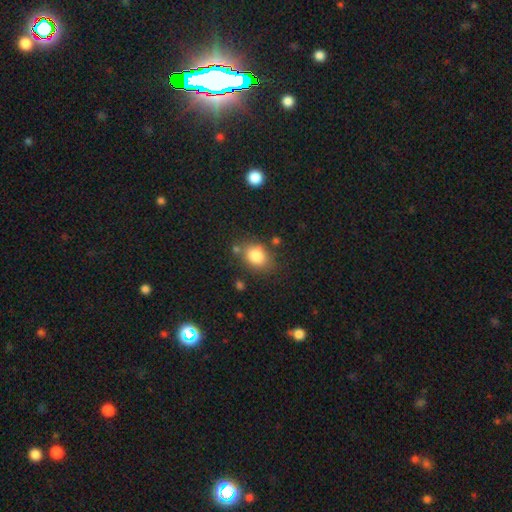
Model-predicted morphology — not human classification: Smooth or featured?
  - smooth: 82% *
  - star or artifact: 9%
  - featured or disk: 8%
How rounded?
  - in between: 63% *
  - round: 36%
  - cigar-shaped: 1%
Merging?
  - none: 71% *
  - minor disturbance: 16%
  - merger: 8%
  - major disturbance: 5%